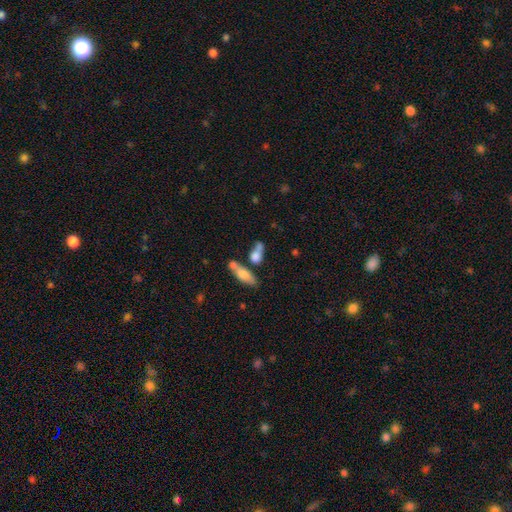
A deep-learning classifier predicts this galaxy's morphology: smooth_or_featured: smooth (p=0.72) [alt: featured or disk p=0.18]
how_rounded: in between (p=0.61) [alt: round p=0.20]
merging: merger (p=0.42) [alt: none p=0.36]